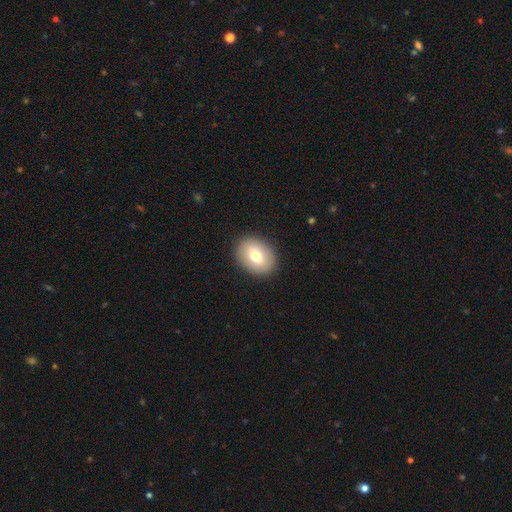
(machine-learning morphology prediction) Smooth or featured? Predicted: smooth (p=0.70). How rounded? Predicted: in between (p=0.64). Merging? Predicted: none (p=0.90).